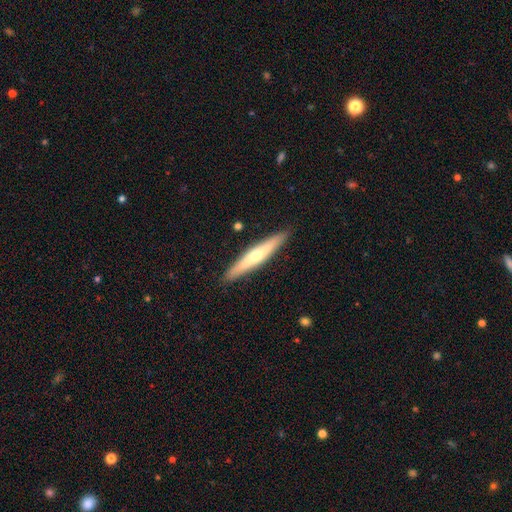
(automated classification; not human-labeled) Smooth or featured? featured or disk (51%)
Edge-on disk? yes (92%)
Merging? none (90%)